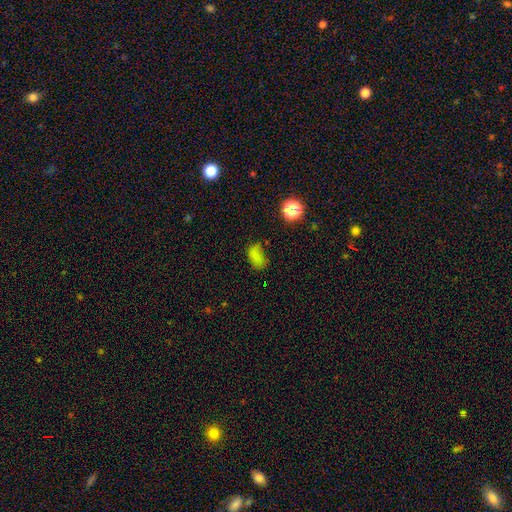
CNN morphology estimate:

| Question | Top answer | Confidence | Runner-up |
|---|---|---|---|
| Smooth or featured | smooth | 70% | star or artifact (20%) |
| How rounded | in between | 86% | round (11%) |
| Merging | none | 51% | minor disturbance (29%) |